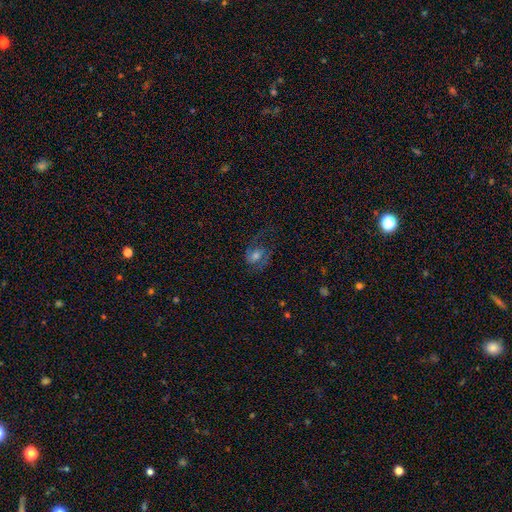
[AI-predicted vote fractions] Overall: featured or disk (56%; smooth 32%). Edge-on disk: no (96%). Bar: no (51%; weak 37%). Spiral arms: yes (83%). Bulge size: moderate (56%; small 25%). Merging: none (58%; major disturbance 22%).